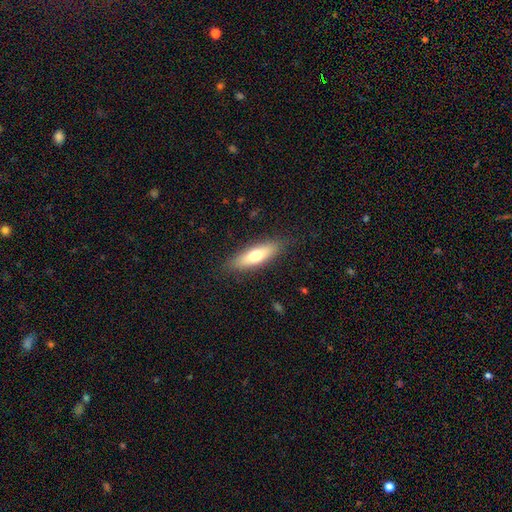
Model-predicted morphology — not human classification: smooth_or_featured: smooth (p=0.64) [alt: featured or disk p=0.29]
how_rounded: cigar-shaped (p=0.54) [alt: in between p=0.43]
merging: none (p=0.86) [alt: minor disturbance p=0.11]